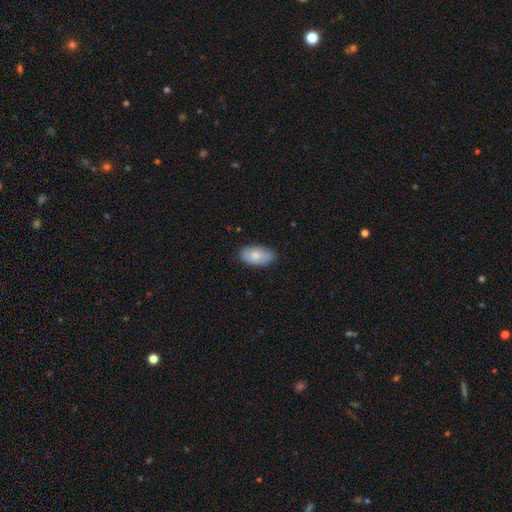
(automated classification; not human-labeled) A smooth galaxy with no disk features (78%) that is in between round and cigar-shaped (94%). Merging: none (78%).